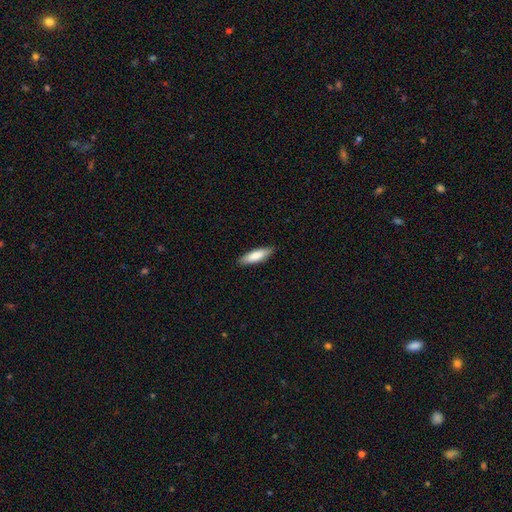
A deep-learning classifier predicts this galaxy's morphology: This is likely a smooth galaxy (79%). How rounded: possibly cigar-shaped (59%). Merging: clearly none (87%).